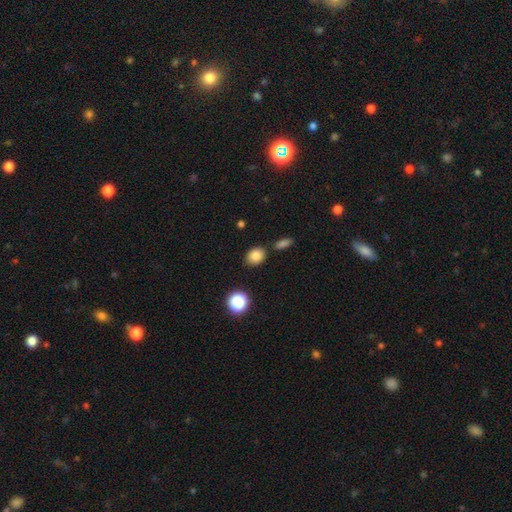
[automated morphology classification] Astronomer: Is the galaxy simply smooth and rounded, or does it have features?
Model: smooth — 84%.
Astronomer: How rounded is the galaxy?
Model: in between — 55% (runner-up: round, 44%).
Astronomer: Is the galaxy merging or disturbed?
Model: none — 78%.